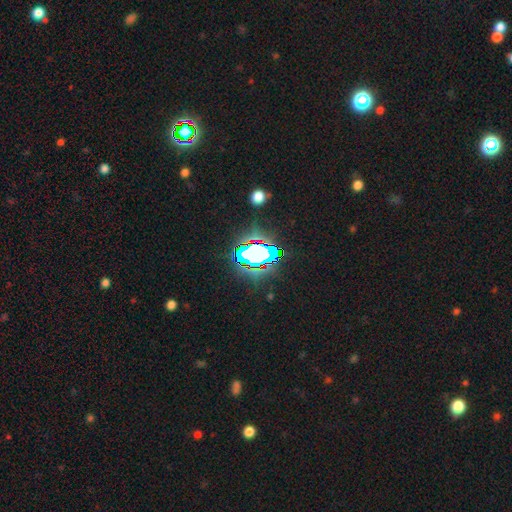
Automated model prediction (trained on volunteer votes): The model was most divided on "smooth or featured": star or artifact: 64%, smooth: 22%, featured or disk: 15%.